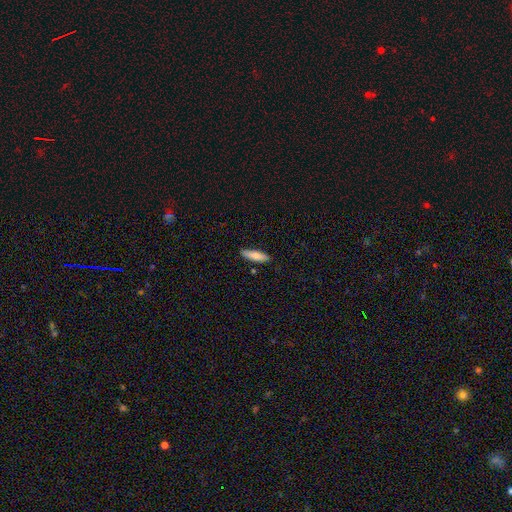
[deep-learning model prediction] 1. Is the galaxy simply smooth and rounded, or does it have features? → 77% smooth, 17% featured or disk, 6% star or artifact.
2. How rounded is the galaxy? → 71% cigar-shaped, 28% in between, 2% round.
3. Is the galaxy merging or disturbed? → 87% none, 10% minor disturbance, 2% major disturbance, 2% merger.